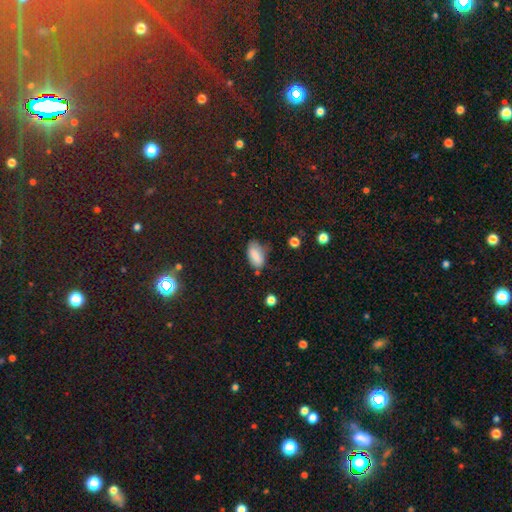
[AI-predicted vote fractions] Smooth or featured? Predicted: smooth (p=0.81). How rounded? Predicted: in between (p=0.91). Merging? Predicted: none (p=0.57).